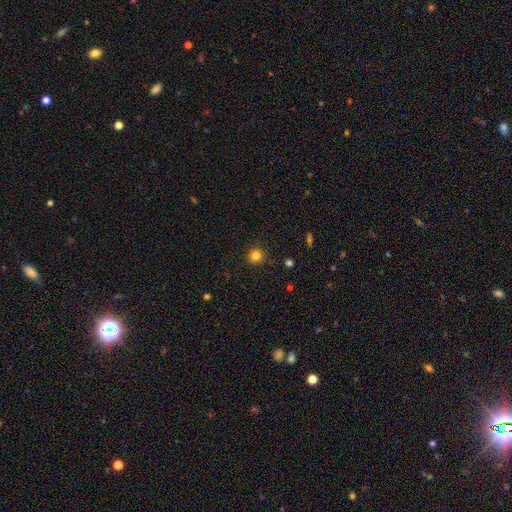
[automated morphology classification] type=smooth (83%); roundness=round (94%); merging=none (90%).